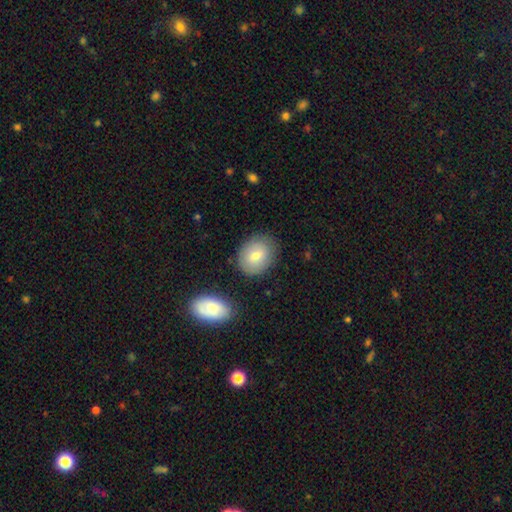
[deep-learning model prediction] This appears to be a smooth galaxy with no disk features (77%) that is in between round and cigar-shaped (55%). Merging: none (80%).